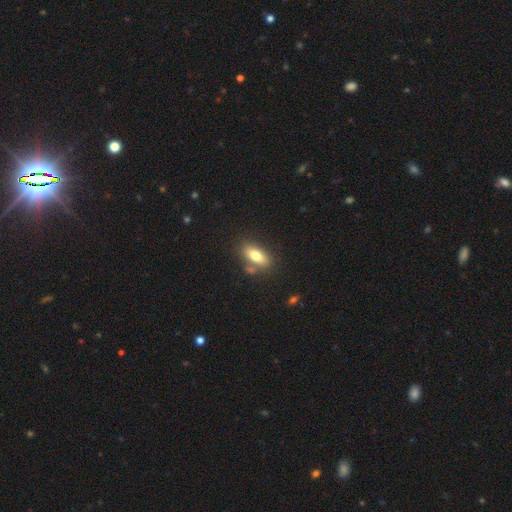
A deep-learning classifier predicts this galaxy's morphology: type=smooth (76%); roundness=in between (85%); merging=none (70%).